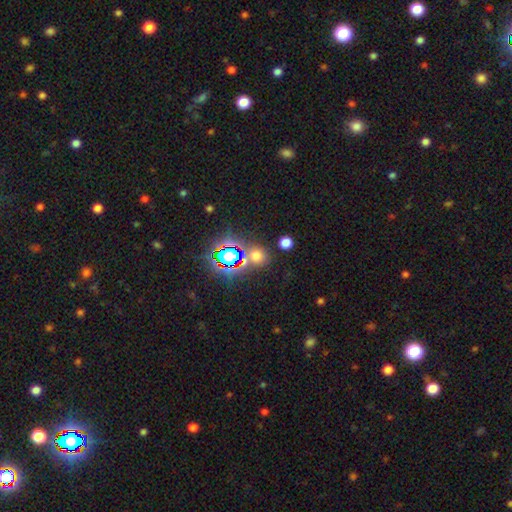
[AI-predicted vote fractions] smooth 55%, star or artifact 38%, featured or disk 7%. Down the decision tree: how rounded — round (82%); merging — none (76%).